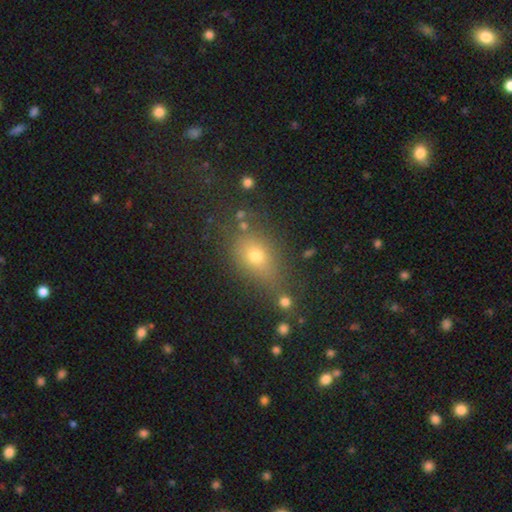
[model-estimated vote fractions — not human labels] smooth_or_featured: smooth (p=0.68) [alt: star or artifact p=0.18]
how_rounded: in between (p=0.63) [alt: round p=0.32]
merging: none (p=0.64) [alt: minor disturbance p=0.17]